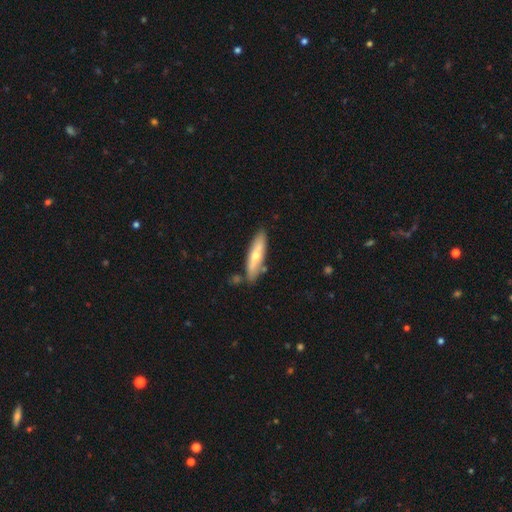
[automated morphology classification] This appears to be a smooth galaxy with no disk features (51%) that is cigar-shaped (77%). Merging: none (79%).